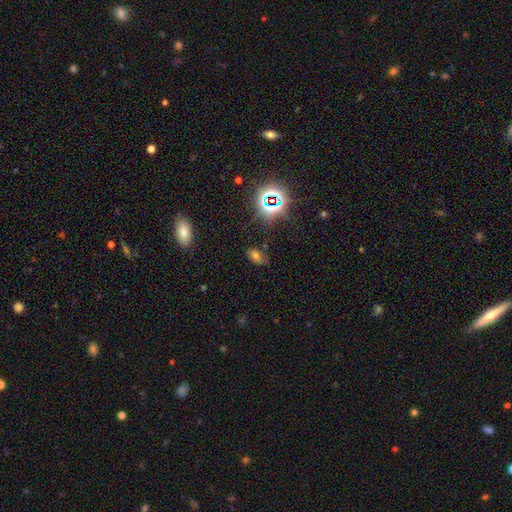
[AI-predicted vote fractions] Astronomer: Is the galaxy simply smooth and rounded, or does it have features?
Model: smooth — 57%.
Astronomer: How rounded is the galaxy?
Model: in between — 88%.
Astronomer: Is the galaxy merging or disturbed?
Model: none — 73%.